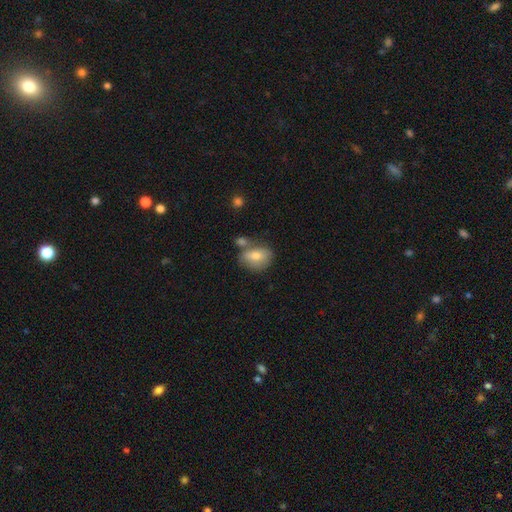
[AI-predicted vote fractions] smooth 68%, featured or disk 24%, star or artifact 8%. Down the decision tree: how rounded — in between (67%); merging — none (49%).